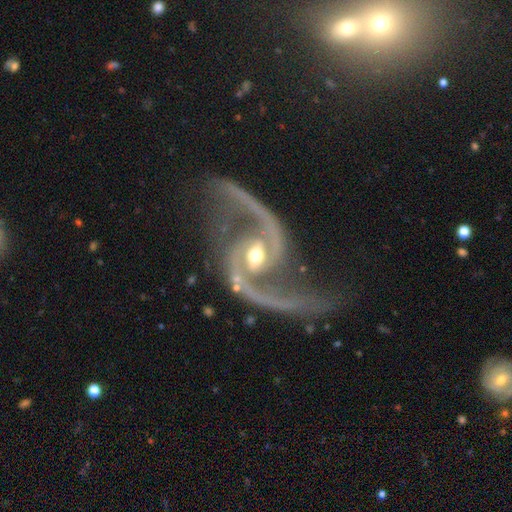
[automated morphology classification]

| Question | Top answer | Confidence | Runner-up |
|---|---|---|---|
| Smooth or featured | featured or disk | 94% | star or artifact (4%) |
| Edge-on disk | no | 98% | yes (2%) |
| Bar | weak | 40% | strong (33%) |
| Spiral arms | yes | 98% | no (2%) |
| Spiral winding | medium | 43% | loose (42%) |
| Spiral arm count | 2 | 94% | can't tell (1%) |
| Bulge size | moderate | 69% | small (24%) |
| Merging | none | 63% | major disturbance (16%) |